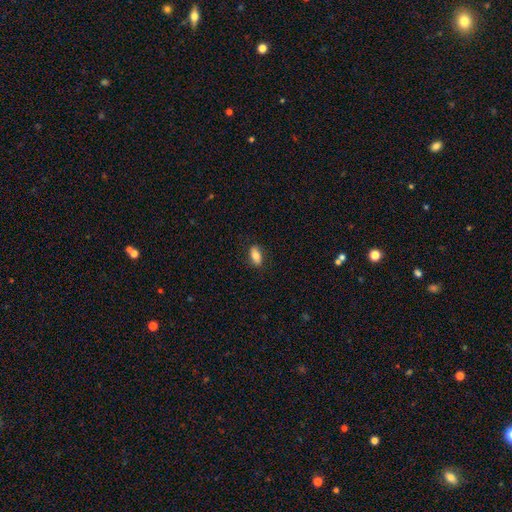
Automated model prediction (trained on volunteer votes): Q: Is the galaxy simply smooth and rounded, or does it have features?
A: smooth — 78%.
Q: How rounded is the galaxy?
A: in between — 88%.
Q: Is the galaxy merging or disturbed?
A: none — 84%.